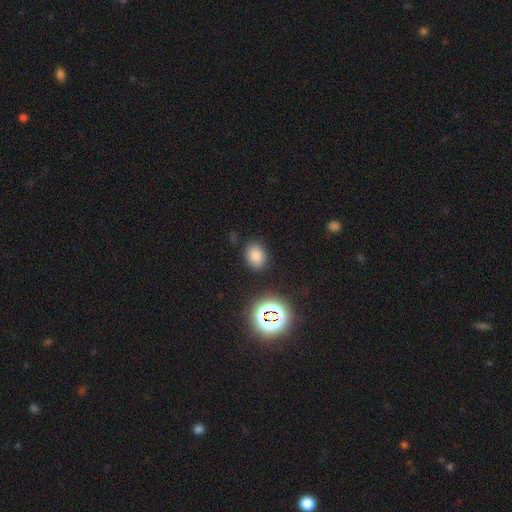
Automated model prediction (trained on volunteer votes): smooth_or_featured: smooth (p=0.78) [alt: star or artifact p=0.17]
how_rounded: in between (p=0.63) [alt: round p=0.36]
merging: none (p=0.85) [alt: minor disturbance p=0.09]